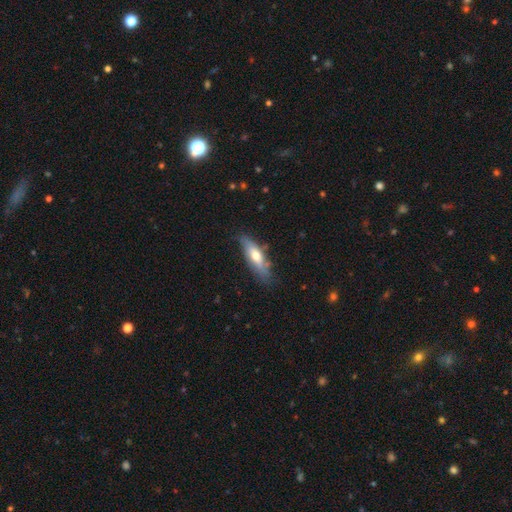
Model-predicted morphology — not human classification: This is possibly a smooth galaxy (54%). How rounded: possibly in between (51%). Merging: likely none (72%).